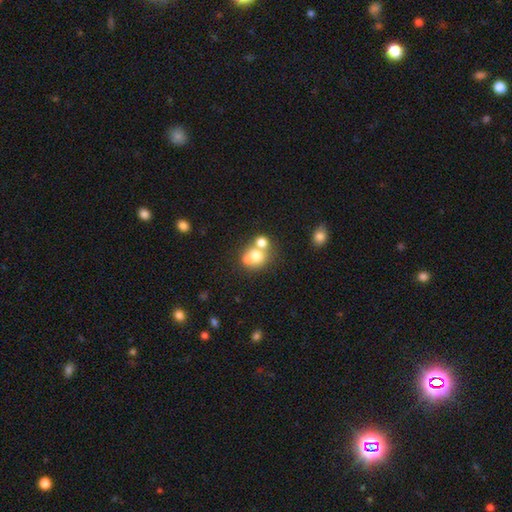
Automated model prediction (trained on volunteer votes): smooth_or_featured: smooth (p=0.66) [alt: featured or disk p=0.19]
how_rounded: round (p=0.76) [alt: in between p=0.23]
merging: merger (p=0.50) [alt: none p=0.39]